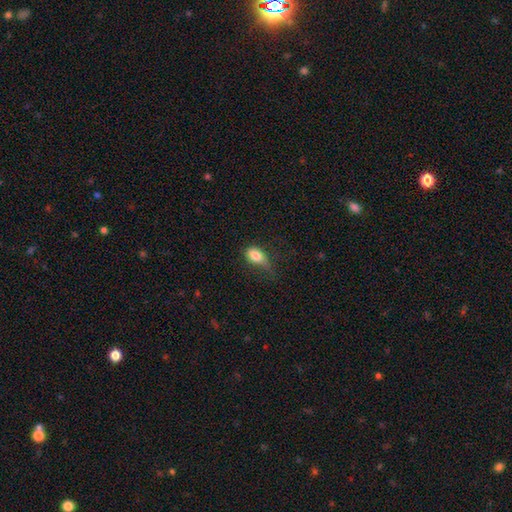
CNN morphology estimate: A smooth galaxy with no disk features (81%) that is in between round and cigar-shaped (84%).

Vote fractions:
- Smooth or featured? smooth: 81% / featured or disk: 10% / star or artifact: 8%
- How rounded? in between: 84% / round: 13% / cigar-shaped: 3%
- Merging? minor disturbance: 36% / none: 34% / major disturbance: 27% / merger: 3%